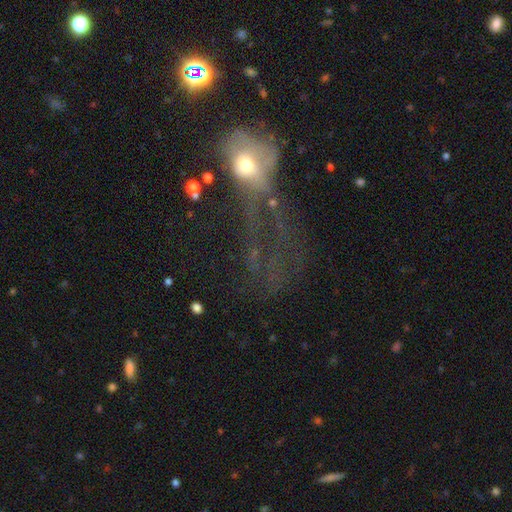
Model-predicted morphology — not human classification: Q: Smooth or featured?
A: featured or disk (35%); runner-up: smooth (34%)
Q: Merging?
A: major disturbance (62%); runner-up: none (15%)